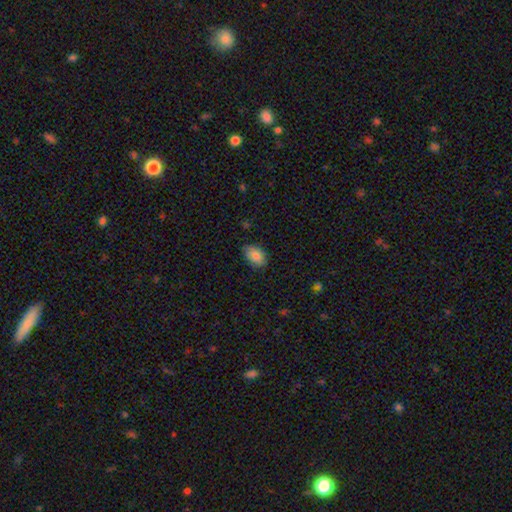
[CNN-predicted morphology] Smooth or featured? smooth (84%)
How rounded? in between (88%)
Merging? none (79%)